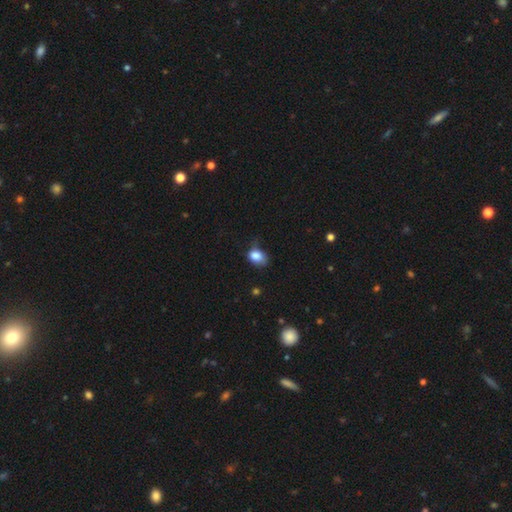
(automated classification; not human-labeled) Overall: smooth (83%). How rounded: in between (62%; round 37%). Merging: none (41%; minor disturbance 40%).